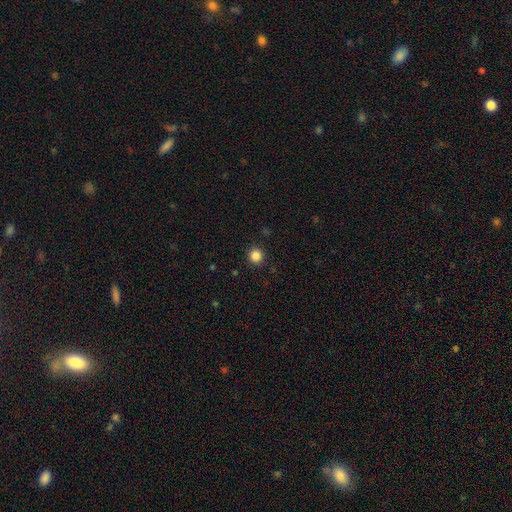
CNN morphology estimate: smooth-or-featured: smooth: 85% | star or artifact: 11% | featured or disk: 3%
  how-rounded: round: 92% | in between: 7% | cigar-shaped: 1%
  merging: none: 92% | minor disturbance: 5% | major disturbance: 2% | merger: 1%